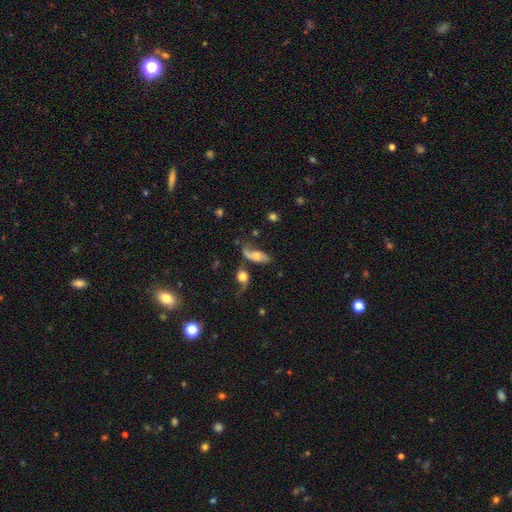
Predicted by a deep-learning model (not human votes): featured or disk 49%, smooth 41%, star or artifact 10%. Down the decision tree: merging — none (34%).